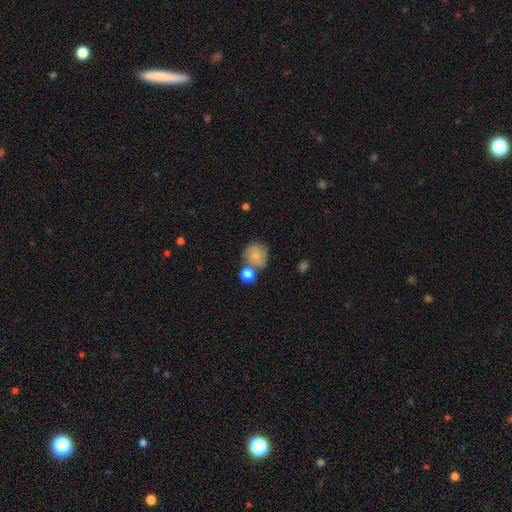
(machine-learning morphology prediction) This appears to be a smooth galaxy with no disk features (76%) that is round (85%). Merging: none (53%).